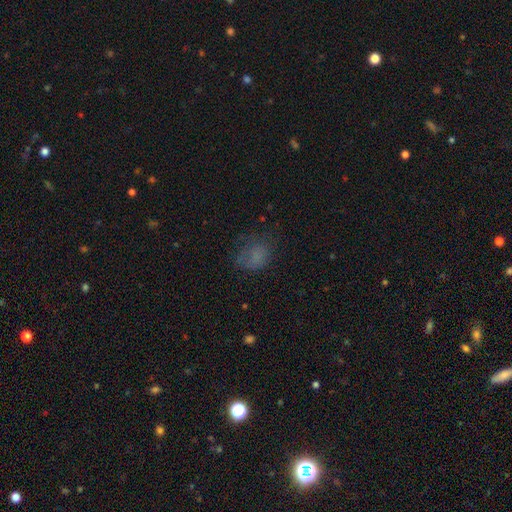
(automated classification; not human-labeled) Smooth or featured: smooth — 66% (star or artifact — 18%)
How rounded: in between — 55% (round — 44%)
Merging: none — 53% (minor disturbance — 24%)